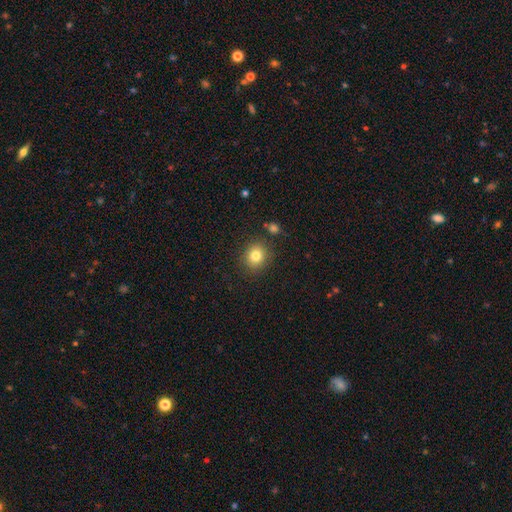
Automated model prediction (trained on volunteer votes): This appears to be a smooth galaxy with no disk features (82%) that is round (80%). Merging: none (86%).